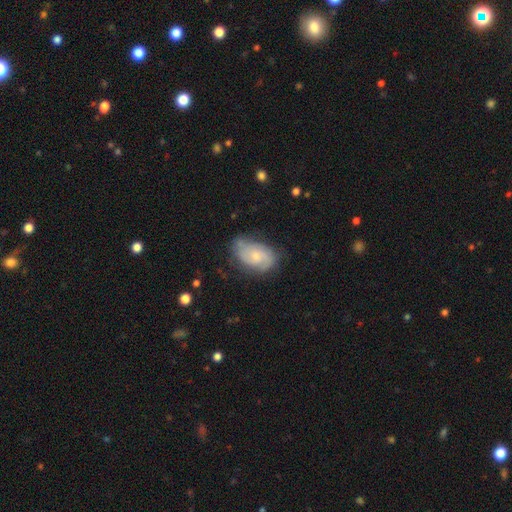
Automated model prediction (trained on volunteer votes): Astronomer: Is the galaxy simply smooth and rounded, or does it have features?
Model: featured or disk — 64%.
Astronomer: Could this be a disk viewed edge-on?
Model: no — 97%.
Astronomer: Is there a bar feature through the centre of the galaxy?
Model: no — 69%.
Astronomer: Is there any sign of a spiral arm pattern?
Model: yes — 89%.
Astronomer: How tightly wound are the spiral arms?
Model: medium — 43% (runner-up: tight, 37%).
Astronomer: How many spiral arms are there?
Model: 2 — 63%.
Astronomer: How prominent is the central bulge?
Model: small — 62%.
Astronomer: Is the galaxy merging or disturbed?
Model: none — 64%.